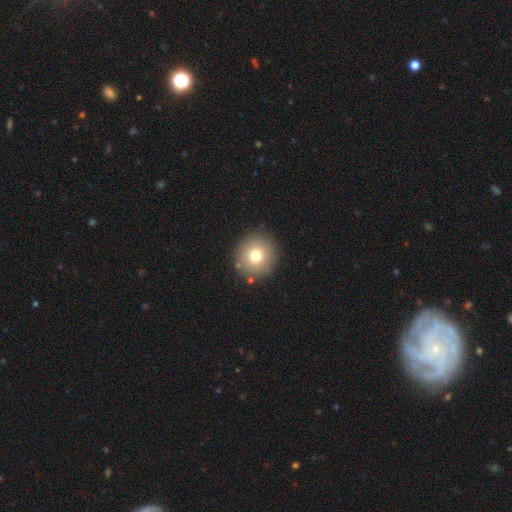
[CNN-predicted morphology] smooth_or_featured: smooth (p=0.75) [alt: featured or disk p=0.14]
how_rounded: round (p=0.92) [alt: in between p=0.07]
merging: none (p=0.88) [alt: minor disturbance p=0.07]